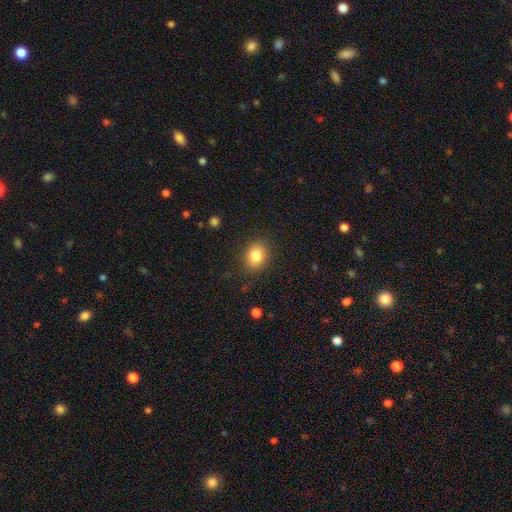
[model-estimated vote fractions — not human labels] The model was most divided on "how rounded": round: 50%, in between: 49%, cigar-shaped: 1%. More confident: merging — none (85%); smooth or featured — smooth (84%).